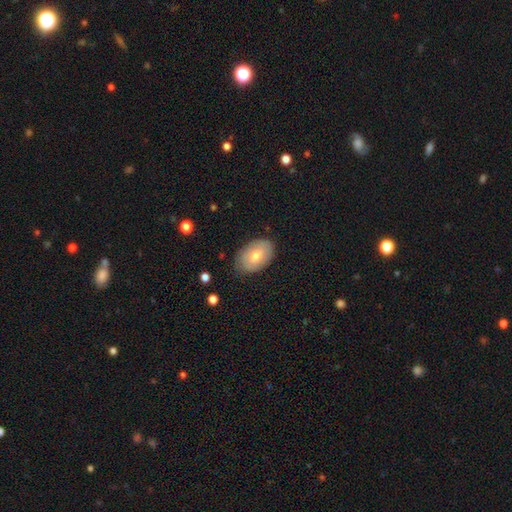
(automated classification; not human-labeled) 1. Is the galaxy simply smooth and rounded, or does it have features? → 68% smooth, 24% featured or disk, 7% star or artifact.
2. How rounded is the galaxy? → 90% in between, 9% round, 1% cigar-shaped.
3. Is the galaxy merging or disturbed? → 81% none, 15% minor disturbance, 3% major disturbance, 1% merger.